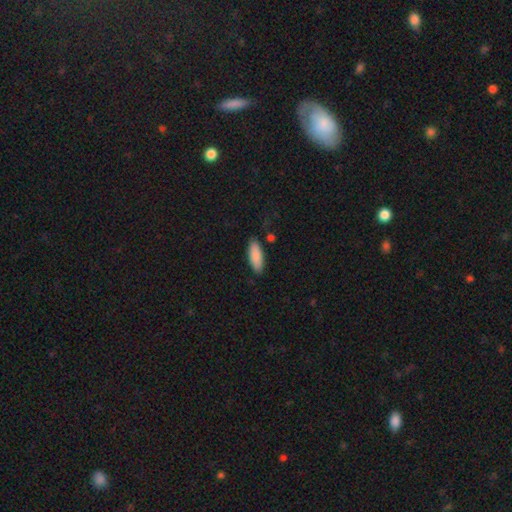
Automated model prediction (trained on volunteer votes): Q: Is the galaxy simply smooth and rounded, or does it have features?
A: smooth — 89%.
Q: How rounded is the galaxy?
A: in between — 68%.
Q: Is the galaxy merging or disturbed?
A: none — 84%.